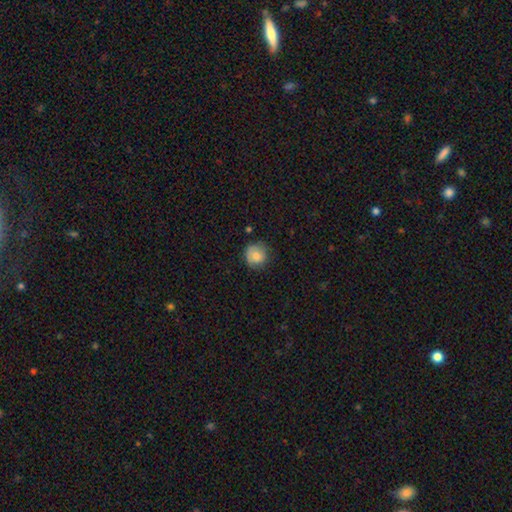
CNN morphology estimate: This appears to be a smooth galaxy with no disk features (76%) that is round (89%). Merging: none (70%).